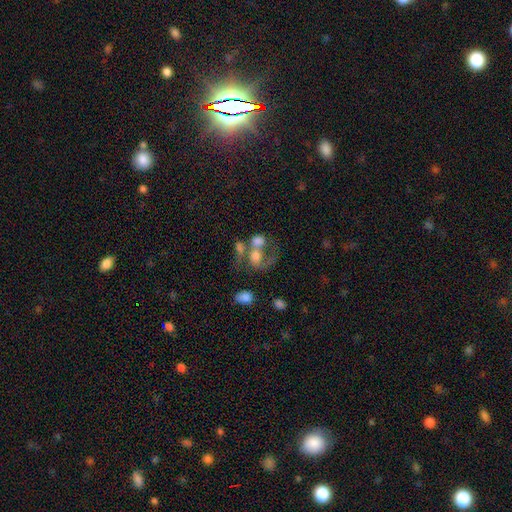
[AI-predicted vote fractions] smooth 45%, featured or disk 43%, star or artifact 12%. Down the decision tree: merging — merger (53%).